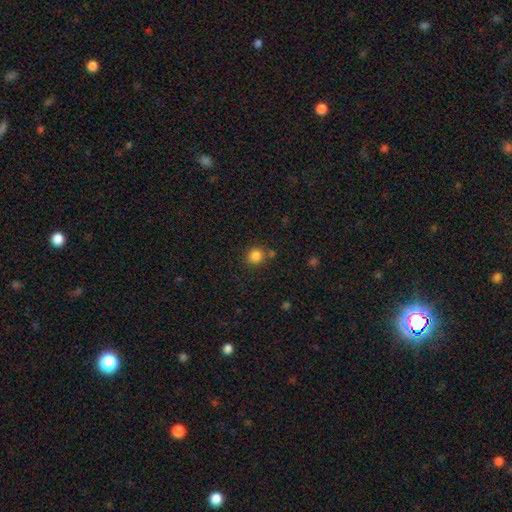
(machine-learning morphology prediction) Q: Smooth or featured?
A: smooth (85%); runner-up: star or artifact (11%)
Q: How rounded?
A: round (90%); runner-up: in between (9%)
Q: Merging?
A: none (78%); runner-up: minor disturbance (10%)